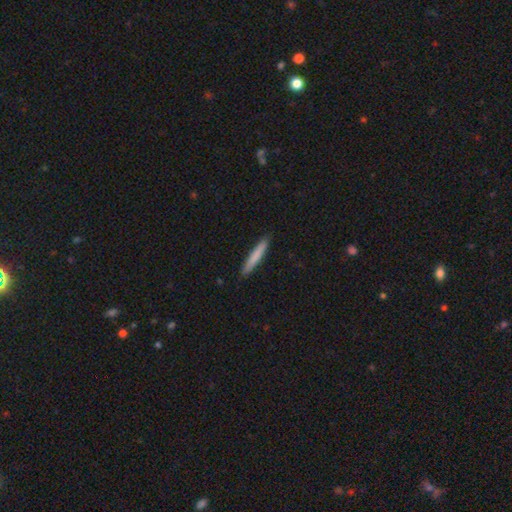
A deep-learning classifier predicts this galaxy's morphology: smooth 79%, featured or disk 16%, star or artifact 5%. Down the decision tree: how rounded — cigar-shaped (95%); merging — none (91%).